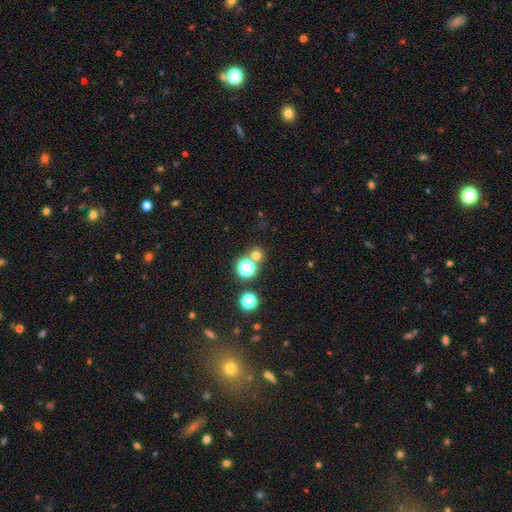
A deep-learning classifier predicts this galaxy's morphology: A smooth galaxy with no disk features (62%) that is round (90%).

Vote fractions:
- Smooth or featured? smooth: 62% / star or artifact: 31% / featured or disk: 7%
- How rounded? round: 90% / in between: 9% / cigar-shaped: 1%
- Merging? none: 71% / merger: 19% / minor disturbance: 7% / major disturbance: 3%